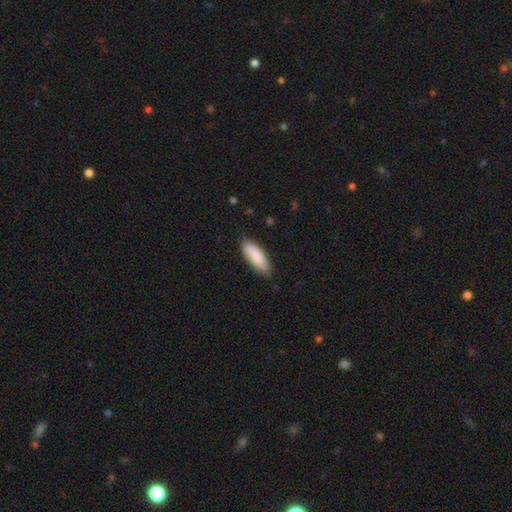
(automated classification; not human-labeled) This appears to be a smooth galaxy with no disk features (86%) that is in between round and cigar-shaped (66%). Merging: none (81%).